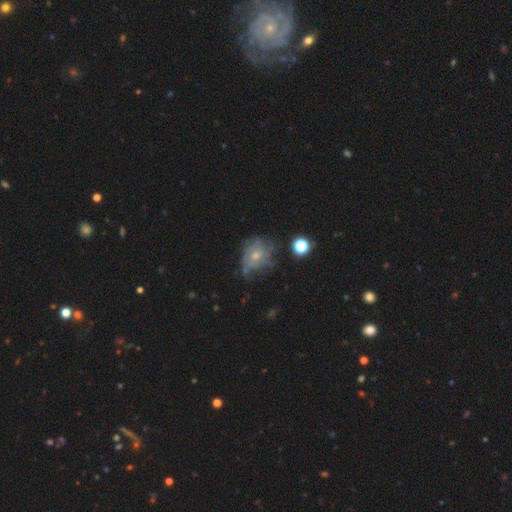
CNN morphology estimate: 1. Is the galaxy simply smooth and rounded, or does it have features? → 53% featured or disk, 35% smooth, 13% star or artifact.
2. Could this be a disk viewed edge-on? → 97% no, 3% yes.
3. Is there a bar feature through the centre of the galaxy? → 83% no, 15% weak, 2% strong.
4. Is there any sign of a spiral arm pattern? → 58% yes, 42% no.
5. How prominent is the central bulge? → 48% small, 45% moderate, 4% none, 3% large, 1% dominant.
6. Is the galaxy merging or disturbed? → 46% none, 30% minor disturbance, 20% major disturbance, 5% merger.